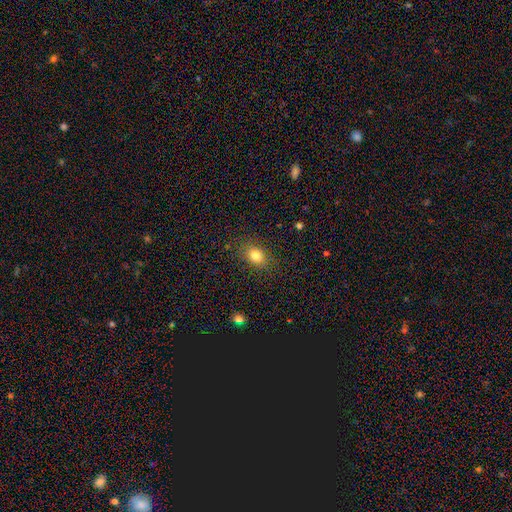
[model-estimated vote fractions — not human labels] smooth-or-featured: smooth: 81% | star or artifact: 11% | featured or disk: 8%
  how-rounded: in between: 71% | round: 28% | cigar-shaped: 2%
  merging: none: 85% | minor disturbance: 10% | major disturbance: 3% | merger: 1%